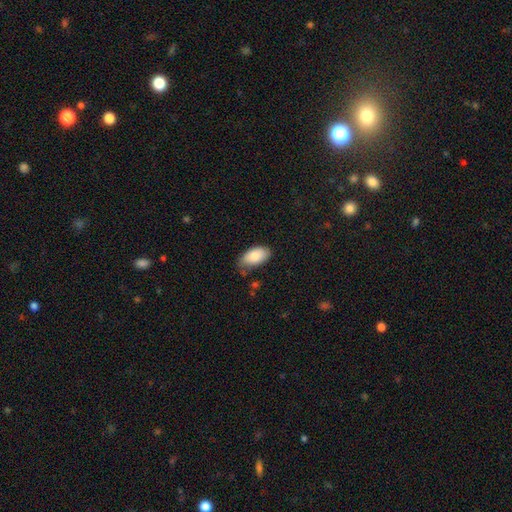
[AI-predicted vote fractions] smooth_or_featured: smooth (p=0.86) [alt: featured or disk p=0.08]
how_rounded: in between (p=0.95) [alt: round p=0.03]
merging: none (p=0.71) [alt: minor disturbance p=0.23]